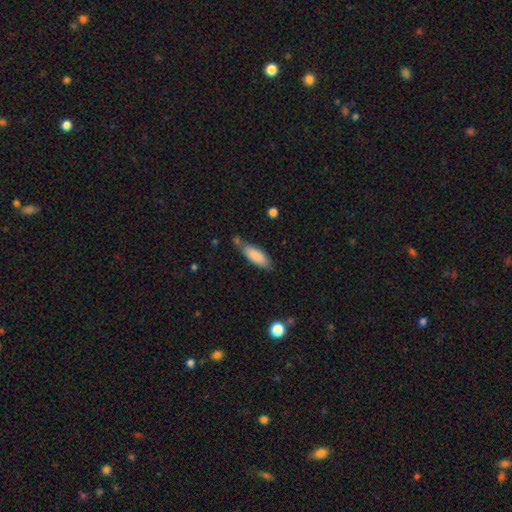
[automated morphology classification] Overall: smooth (85%). How rounded: in between (60%; cigar-shaped 39%). Merging: none (60%; minor disturbance 24%).